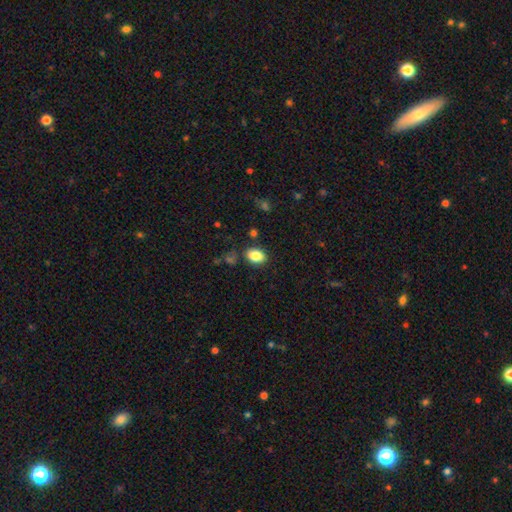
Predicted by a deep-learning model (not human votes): smooth-or-featured: smooth: 84% | star or artifact: 9% | featured or disk: 7%
  how-rounded: in between: 78% | round: 21% | cigar-shaped: 1%
  merging: none: 83% | minor disturbance: 11% | merger: 3% | major disturbance: 3%